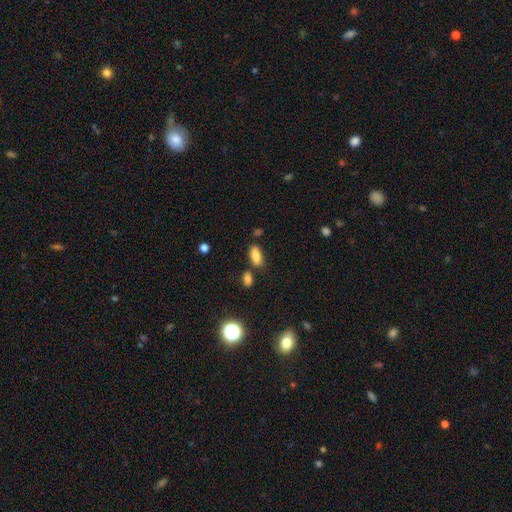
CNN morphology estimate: type=smooth (82%); roundness=in between (85%); merging=none (69%).